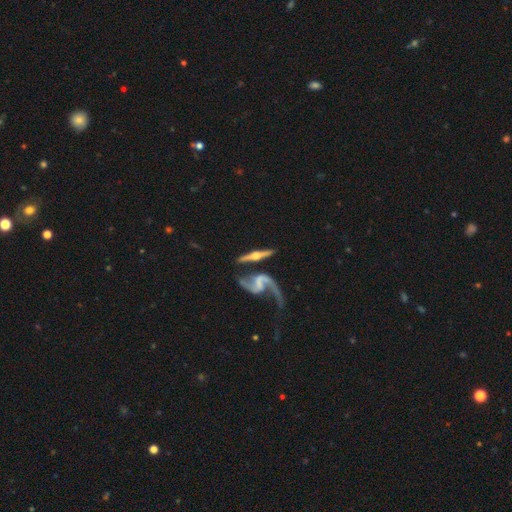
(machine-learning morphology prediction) A featured or disk galaxy (81%) viewed edge-on (76%) with a rounded central bulge (90%).

Vote fractions:
- Smooth or featured? featured or disk: 81% / smooth: 14% / star or artifact: 5%
- Edge-on disk? yes: 76% / no: 24%
- Edge-on bulge? rounded: 90% / boxy: 5% / none: 5%
- Merging? none: 53% / merger: 19% / minor disturbance: 16% / major disturbance: 11%